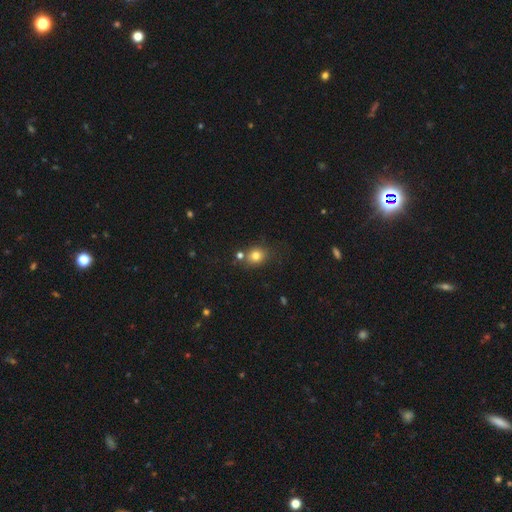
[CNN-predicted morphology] The model was most divided on "how rounded": round: 73%, in between: 26%, cigar-shaped: 1%. More confident: smooth or featured — smooth (79%); merging — none (68%).